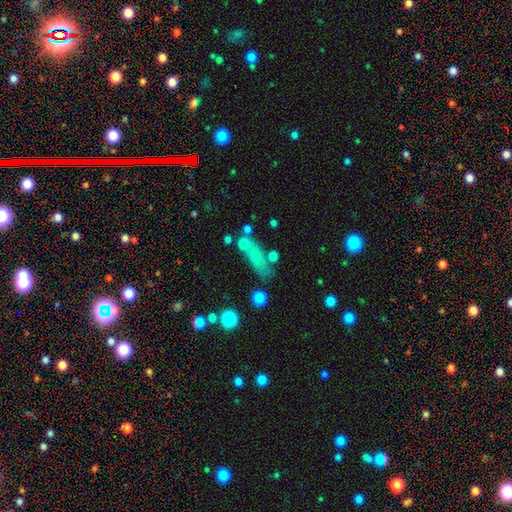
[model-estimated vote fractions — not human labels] This is likely a smooth galaxy (66%). How rounded: possibly in between (48%). Merging: possibly none (57%).